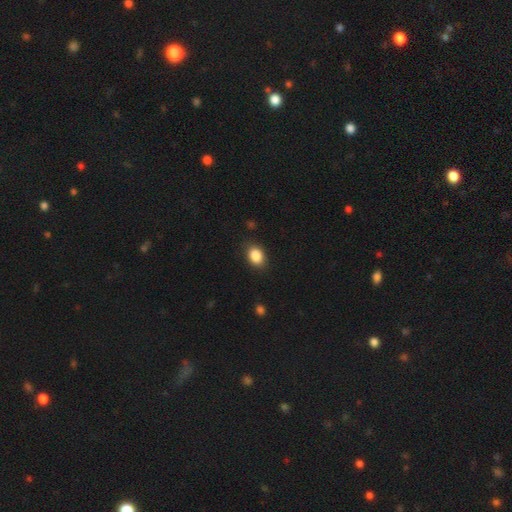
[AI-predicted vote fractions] Smooth or featured? smooth (87%)
How rounded? in between (75%)
Merging? none (86%)